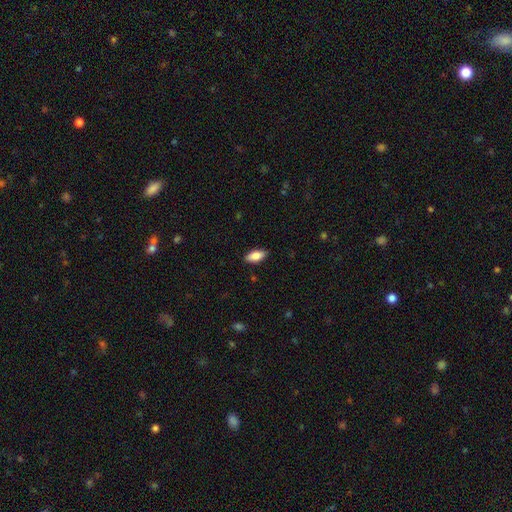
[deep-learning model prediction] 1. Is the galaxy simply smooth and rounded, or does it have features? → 81% smooth, 12% featured or disk, 6% star or artifact.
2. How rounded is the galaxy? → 87% in between, 11% cigar-shaped, 2% round.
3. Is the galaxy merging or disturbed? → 89% none, 9% minor disturbance, 2% major disturbance, 1% merger.